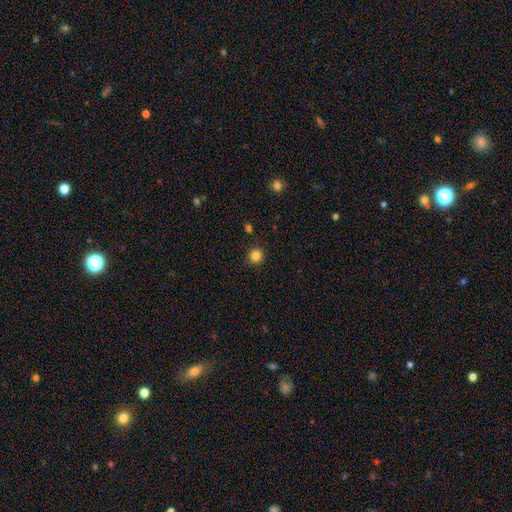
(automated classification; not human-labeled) A smooth galaxy with no disk features (84%) that is round (92%). Merging: none (90%).